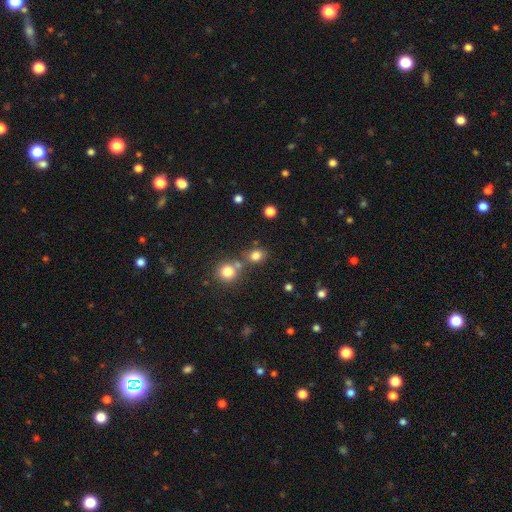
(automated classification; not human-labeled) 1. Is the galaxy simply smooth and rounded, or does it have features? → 80% smooth, 14% star or artifact, 6% featured or disk.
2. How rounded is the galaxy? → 66% round, 33% in between, 1% cigar-shaped.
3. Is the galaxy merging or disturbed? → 64% none, 22% merger, 10% minor disturbance, 4% major disturbance.